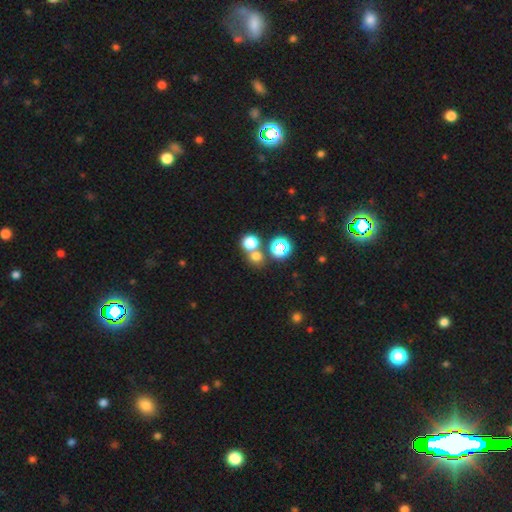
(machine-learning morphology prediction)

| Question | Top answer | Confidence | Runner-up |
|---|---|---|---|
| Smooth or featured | smooth | 68% | star or artifact (25%) |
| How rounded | round | 83% | in between (16%) |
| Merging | none | 58% | merger (32%) |